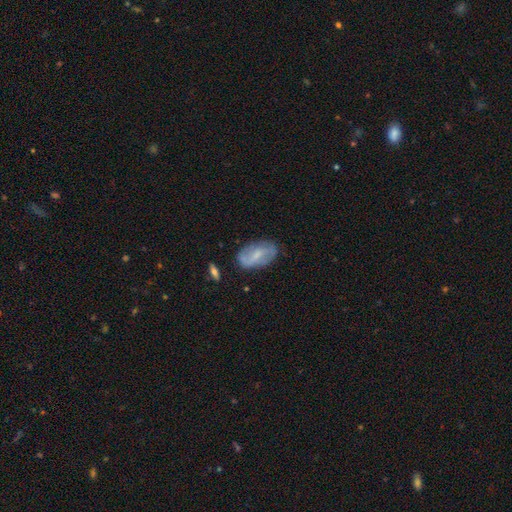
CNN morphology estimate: A featured or disk galaxy (49%). Merging: none (69%).